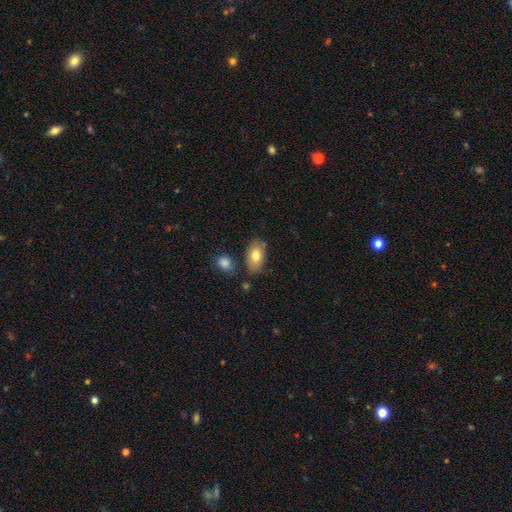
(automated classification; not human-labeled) This appears to be a smooth galaxy with no disk features (77%) that is in between round and cigar-shaped (91%). Merging: none (74%).